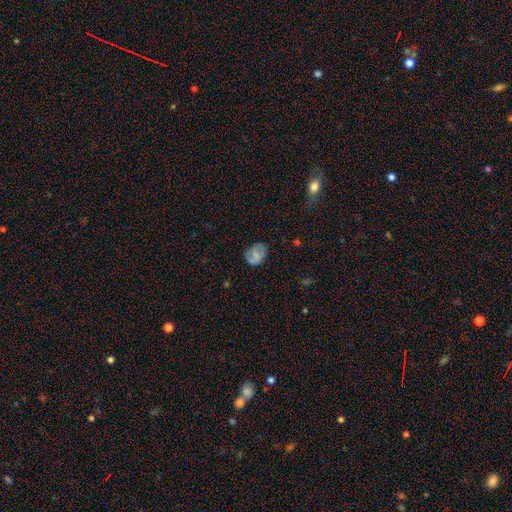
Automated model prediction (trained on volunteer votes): Morphology: type=smooth (62%); roundness=in between (61%); merging=none (64%).